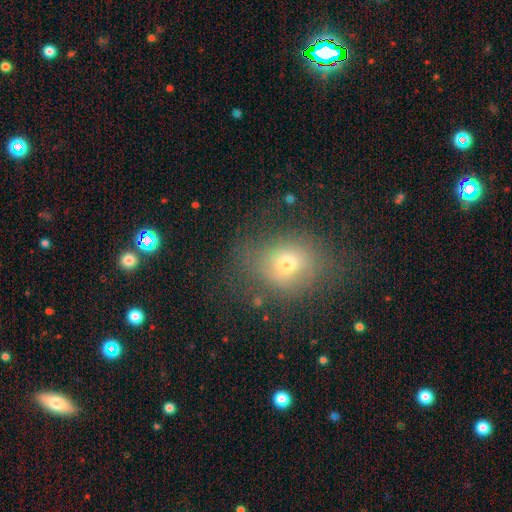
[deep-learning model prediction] smooth 60%, star or artifact 24%, featured or disk 16%. Down the decision tree: how rounded — round (54%); merging — none (77%).